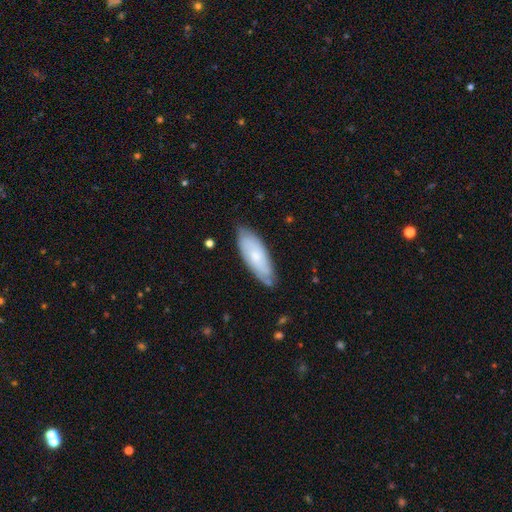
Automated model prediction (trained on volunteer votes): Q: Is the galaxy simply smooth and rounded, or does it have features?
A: smooth — 56%.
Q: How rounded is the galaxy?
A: in between — 64%.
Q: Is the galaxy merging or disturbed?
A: none — 75%.